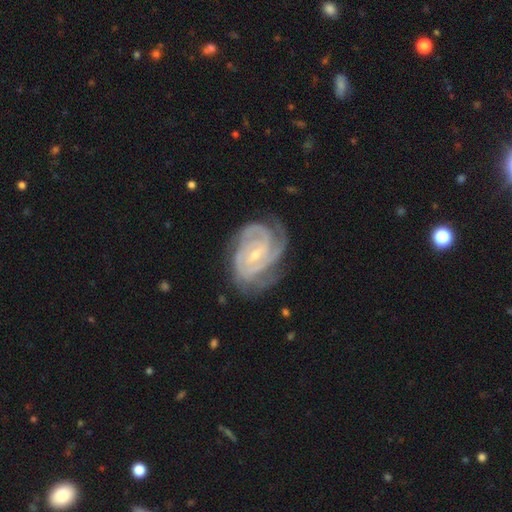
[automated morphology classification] smooth_or_featured: featured or disk (p=0.87) [alt: star or artifact p=0.07]
disk_edge_on: no (p=0.97) [alt: yes p=0.03]
bar: no (p=0.41) [alt: weak p=0.39]
has_spiral_arms: yes (p=0.98) [alt: no p=0.02]
spiral_winding: tight (p=0.75) [alt: medium p=0.22]
spiral_arm_count: 3 (p=0.31) [alt: 2 p=0.23]
bulge_size: small (p=0.72) [alt: moderate p=0.24]
merging: none (p=0.74) [alt: minor disturbance p=0.18]